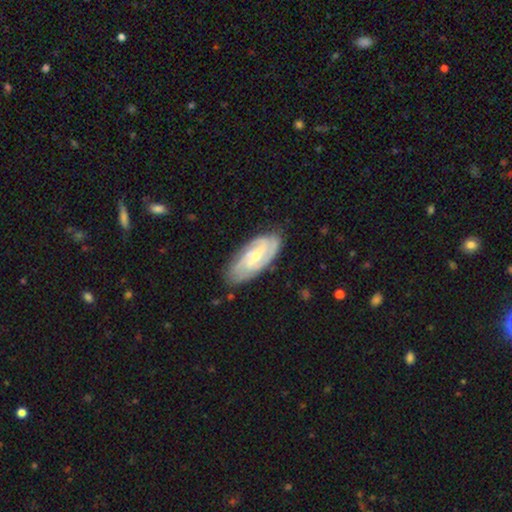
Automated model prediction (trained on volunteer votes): Morphology: type=featured or disk (82%); edge-on=no (94%); bar=no (46%); spiral arms=yes (96%); winding=tight (55%); arm count=2 (36%); bulge=small (62%); merging=none (80%).